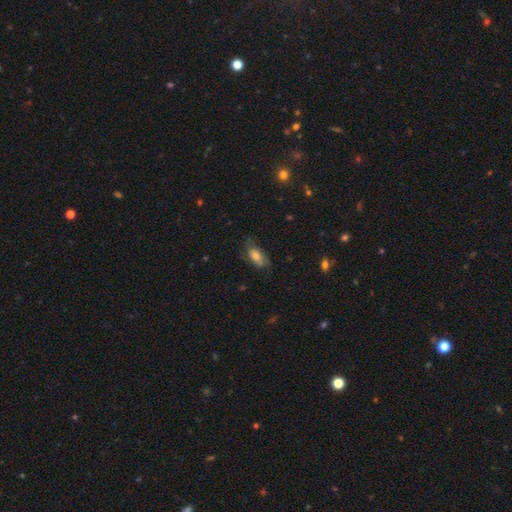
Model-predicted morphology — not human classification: Smooth or featured? smooth (73%)
How rounded? in between (87%)
Merging? none (56%)